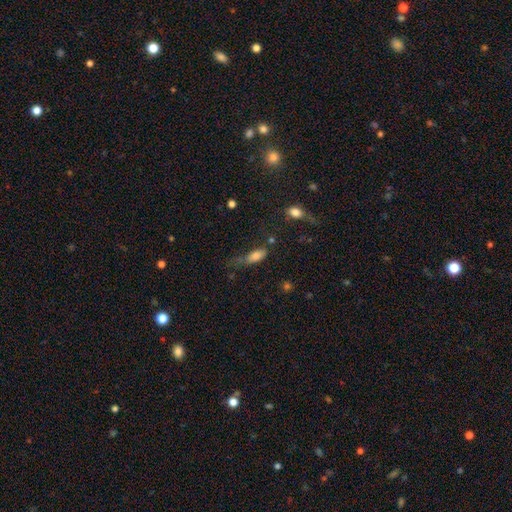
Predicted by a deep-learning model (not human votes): Morphology: type=smooth (77%); roundness=in between (75%); merging=minor disturbance (32%, tied with none).